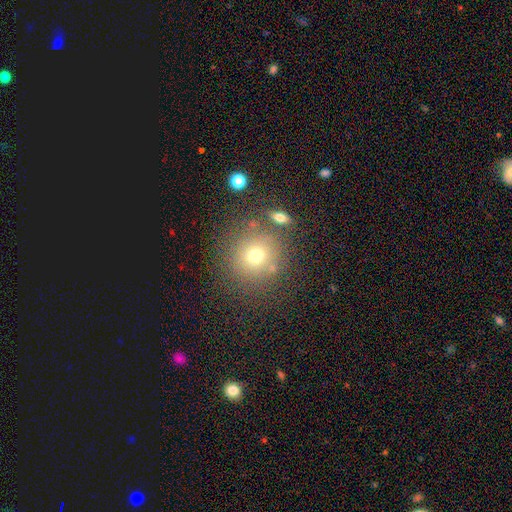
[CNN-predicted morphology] smooth_or_featured: smooth (p=0.70) [alt: star or artifact p=0.17]
how_rounded: round (p=0.90) [alt: in between p=0.09]
merging: none (p=0.77) [alt: minor disturbance p=0.11]